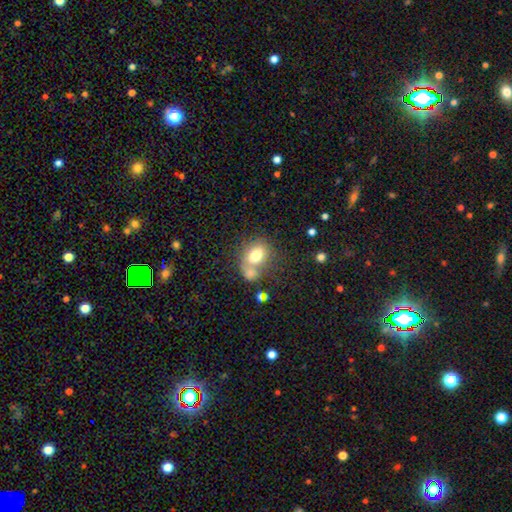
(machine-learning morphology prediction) The model was most divided on "merging": merger: 41%, none: 38%, minor disturbance: 14%, major disturbance: 7%. More confident: smooth or featured — smooth (74%); how rounded — in between (58%).